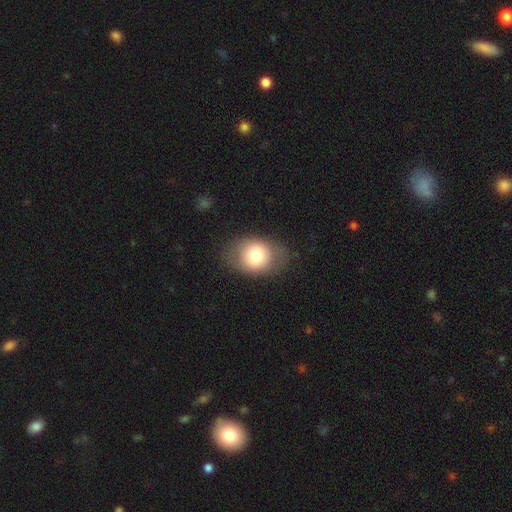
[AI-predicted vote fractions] smooth-or-featured: smooth: 74% | featured or disk: 18% | star or artifact: 8%
  how-rounded: in between: 63% | round: 36% | cigar-shaped: 1%
  merging: none: 76% | minor disturbance: 16% | major disturbance: 7% | merger: 1%